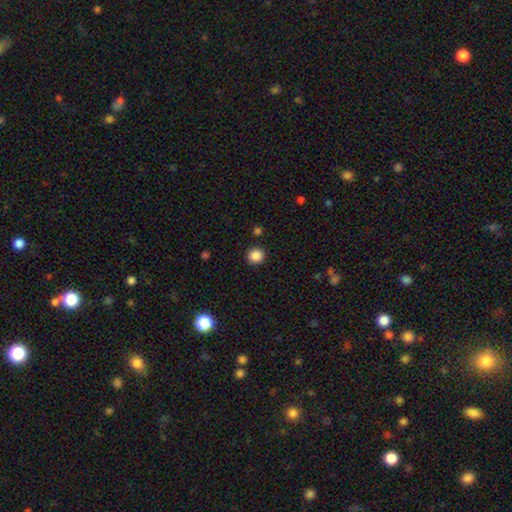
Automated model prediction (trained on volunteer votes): Smooth or featured? Predicted: smooth (p=0.86). How rounded? Predicted: round (p=0.91). Merging? Predicted: none (p=0.90).